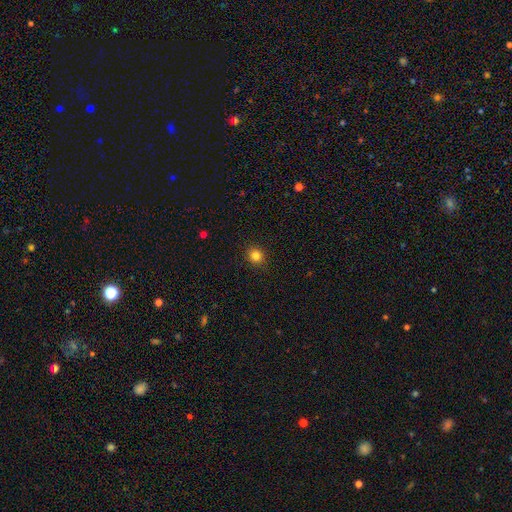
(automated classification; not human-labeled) Morphology: type=smooth (83%); roundness=round (85%); merging=none (91%).